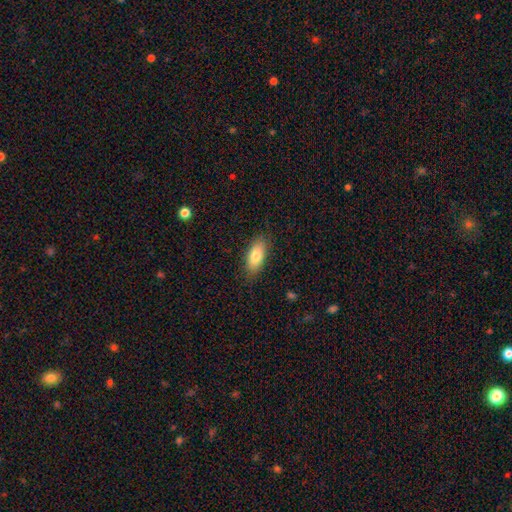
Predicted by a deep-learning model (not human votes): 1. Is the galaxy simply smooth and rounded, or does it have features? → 80% smooth, 13% featured or disk, 7% star or artifact.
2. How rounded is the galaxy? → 84% in between, 13% cigar-shaped, 3% round.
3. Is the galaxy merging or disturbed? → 85% none, 11% minor disturbance, 3% major disturbance, 1% merger.